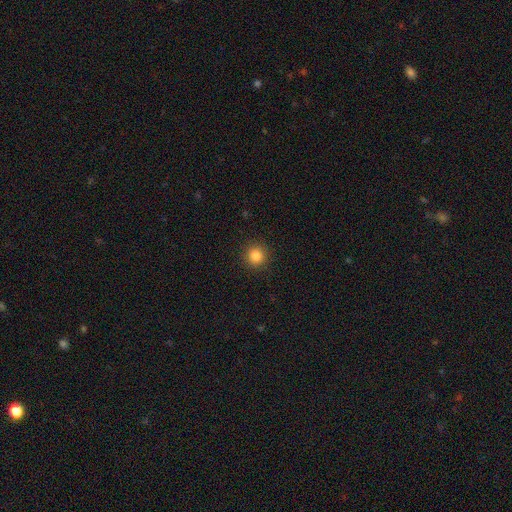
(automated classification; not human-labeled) smooth-or-featured: smooth: 85% | star or artifact: 12% | featured or disk: 4%
  how-rounded: round: 95% | in between: 4% | cigar-shaped: 1%
  merging: none: 92% | minor disturbance: 5% | major disturbance: 2% | merger: 1%